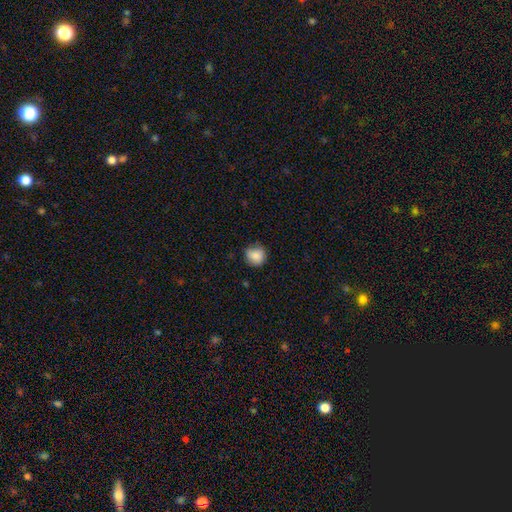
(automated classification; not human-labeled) Smooth or featured? smooth (85%)
How rounded? round (87%)
Merging? none (75%)